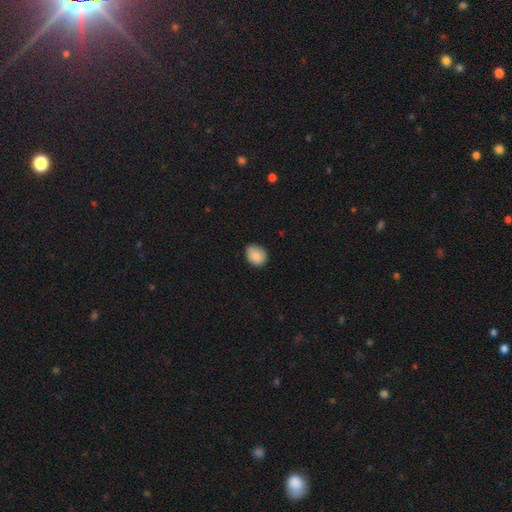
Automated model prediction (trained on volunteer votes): Morphology: type=smooth (88%); roundness=round (52%); merging=none (75%).